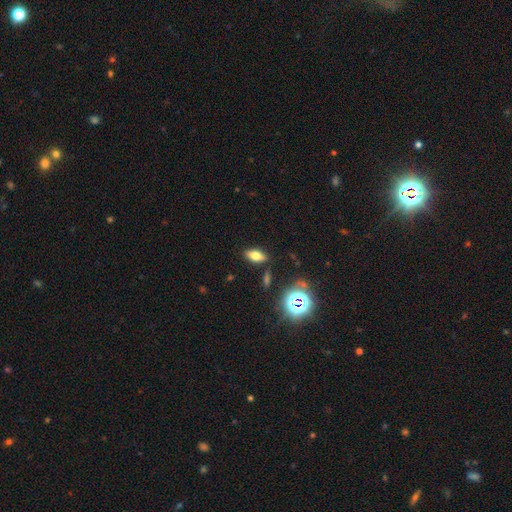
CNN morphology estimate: The model was most divided on "smooth or featured": smooth: 62%, featured or disk: 21%, star or artifact: 17%. More confident: merging — none (86%); how rounded — in between (79%).